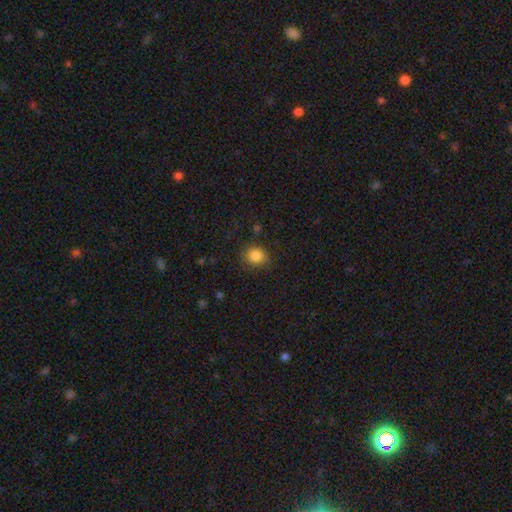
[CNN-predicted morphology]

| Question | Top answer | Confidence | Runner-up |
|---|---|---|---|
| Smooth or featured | smooth | 85% | star or artifact (10%) |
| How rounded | round | 76% | in between (23%) |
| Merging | none | 81% | minor disturbance (14%) |